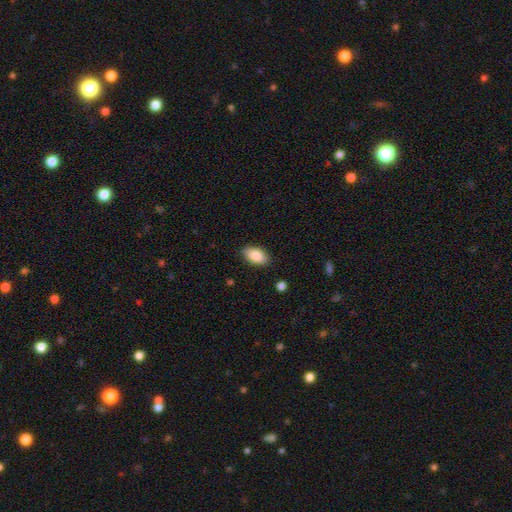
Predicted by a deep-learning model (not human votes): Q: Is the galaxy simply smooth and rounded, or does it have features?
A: smooth — 88%.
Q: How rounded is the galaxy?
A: in between — 94%.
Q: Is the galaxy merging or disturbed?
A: none — 88%.